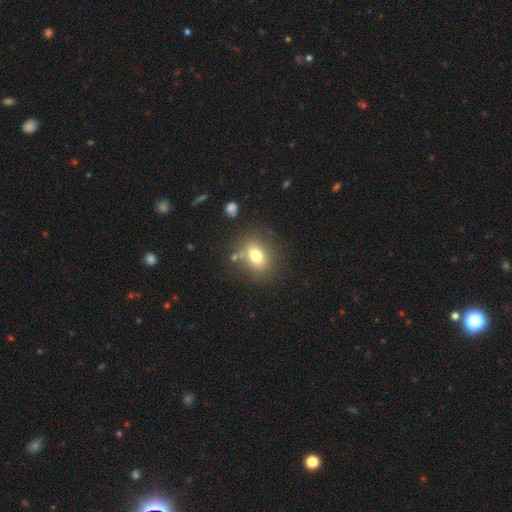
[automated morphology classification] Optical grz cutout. It shows a smooth galaxy with no disk features (74%) that is in between round and cigar-shaped (57%). Merging: none (75%).